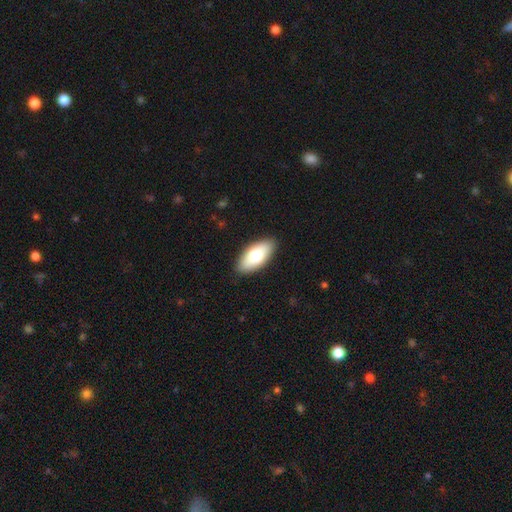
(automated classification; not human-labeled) smooth-or-featured: smooth: 74% | featured or disk: 20% | star or artifact: 6%
  how-rounded: in between: 91% | cigar-shaped: 7% | round: 2%
  merging: none: 89% | minor disturbance: 8% | major disturbance: 2% | merger: 1%